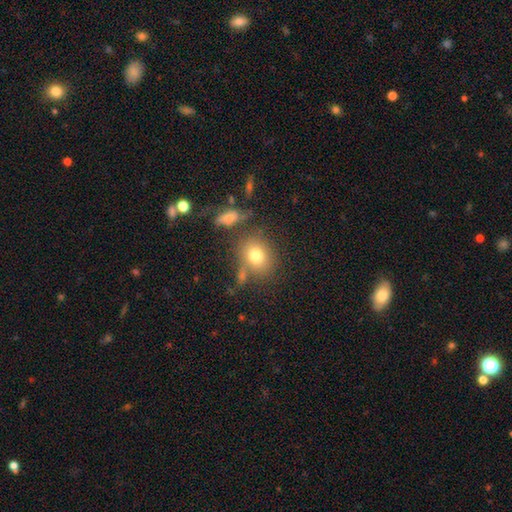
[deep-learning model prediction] smooth 77%, featured or disk 12%, star or artifact 11%. Down the decision tree: how rounded — round (60%); merging — none (66%).